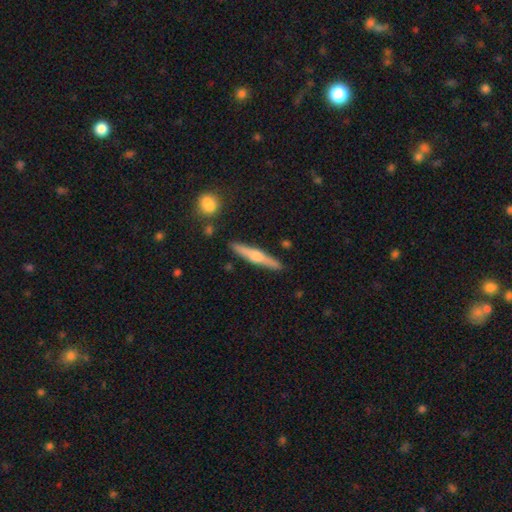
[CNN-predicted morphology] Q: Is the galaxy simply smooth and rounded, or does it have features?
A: featured or disk — 65%.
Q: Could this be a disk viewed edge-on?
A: yes — 97%.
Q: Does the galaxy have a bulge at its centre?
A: rounded — 88%.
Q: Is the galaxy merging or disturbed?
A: none — 88%.